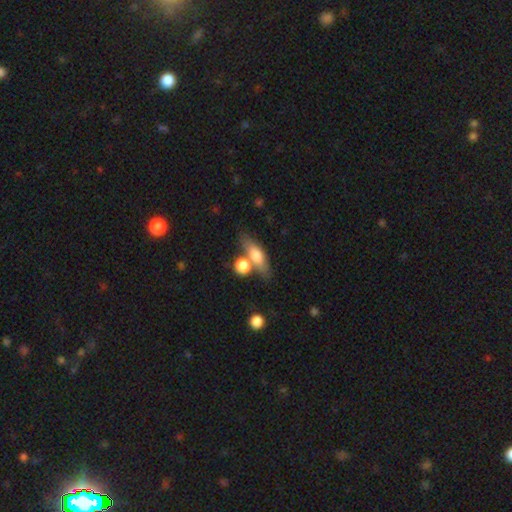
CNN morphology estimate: Smooth or featured? smooth (64%)
How rounded? in between (54%)
Merging? none (56%)